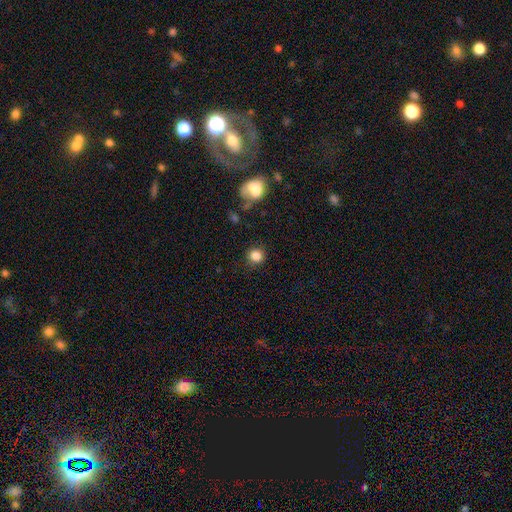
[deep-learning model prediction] Morphology: type=smooth (85%); roundness=round (87%); merging=none (85%).